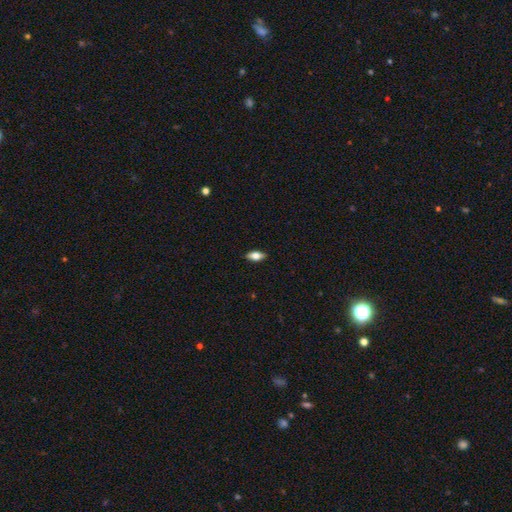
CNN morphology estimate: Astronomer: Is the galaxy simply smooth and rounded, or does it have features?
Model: smooth — 64%.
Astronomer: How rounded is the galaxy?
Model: in between — 80%.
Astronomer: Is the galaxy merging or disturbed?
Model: none — 89%.